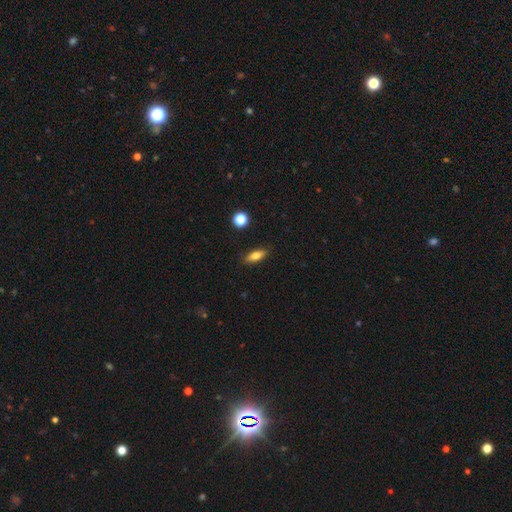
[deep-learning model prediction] smooth 75%, featured or disk 17%, star or artifact 8%. Down the decision tree: how rounded — in between (65%); merging — none (87%).